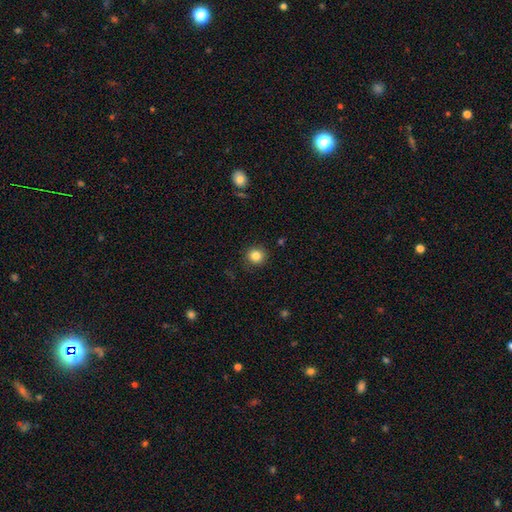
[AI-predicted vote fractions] Smooth or featured: smooth — 84% (star or artifact — 11%)
How rounded: round — 92% (in between — 7%)
Merging: none — 90% (minor disturbance — 7%)